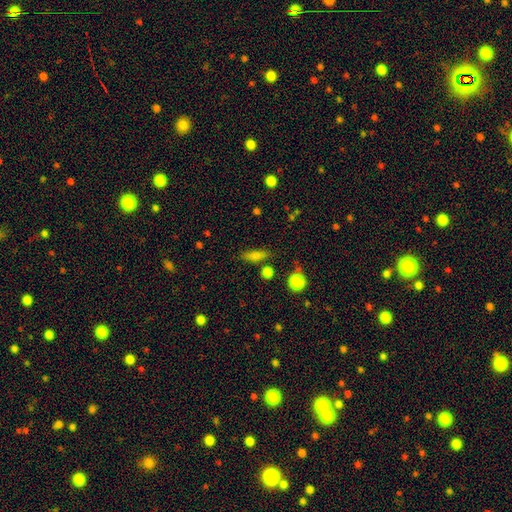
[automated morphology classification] smooth 76%, featured or disk 12%, star or artifact 12%. Down the decision tree: how rounded — cigar-shaped (49%); merging — none (75%).